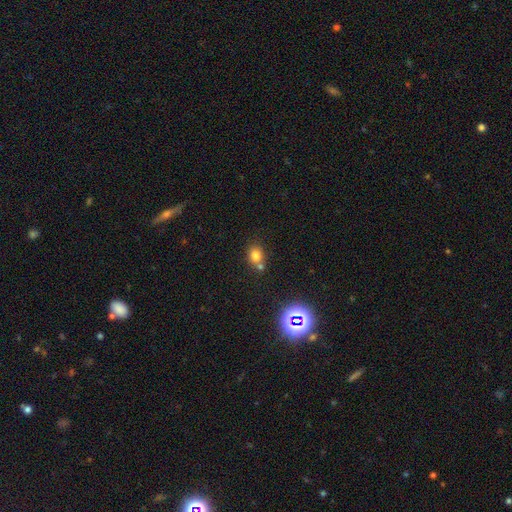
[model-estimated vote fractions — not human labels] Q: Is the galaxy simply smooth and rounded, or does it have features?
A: smooth — 75%.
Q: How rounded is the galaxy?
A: round — 67%.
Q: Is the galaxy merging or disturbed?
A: none — 59%.